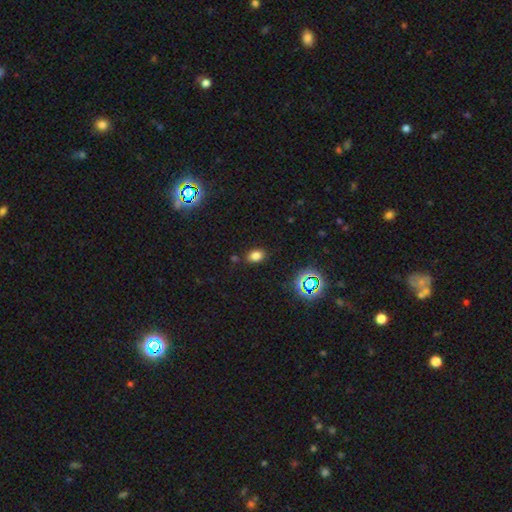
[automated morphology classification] Smooth or featured? smooth (76%)
How rounded? in between (75%)
Merging? none (82%)